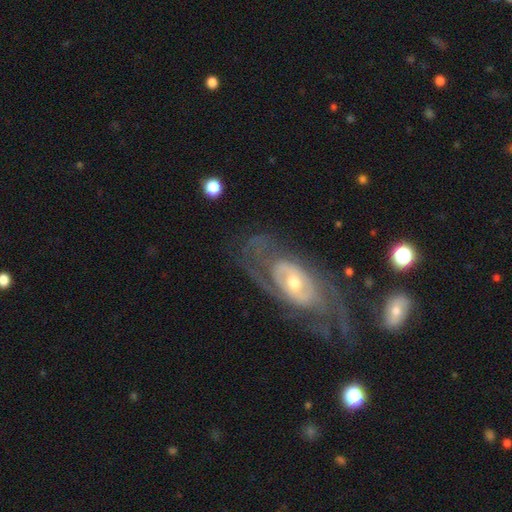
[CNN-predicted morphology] type=featured or disk (80%); edge-on=no (90%); bar=no (62%); spiral arms=yes (86%); winding=tight (58%); arm count=can't tell (40%); bulge=small (51%); merging=none (72%).